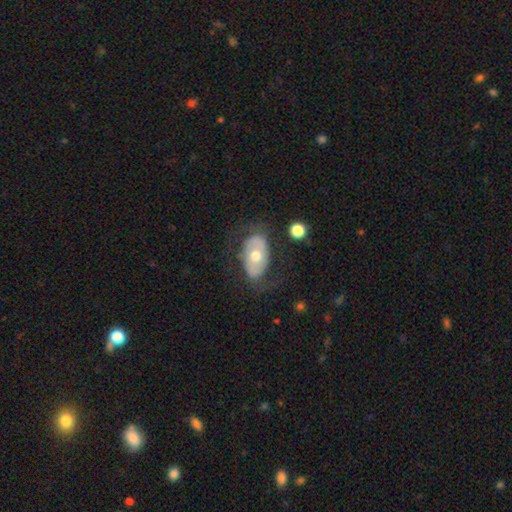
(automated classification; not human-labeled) A featured or disk galaxy (52%).

Vote fractions:
- Smooth or featured? featured or disk: 52% / smooth: 42% / star or artifact: 6%
- Edge-on disk? no: 91% / yes: 9%
- Merging? none: 66% / minor disturbance: 18% / major disturbance: 14% / merger: 2%